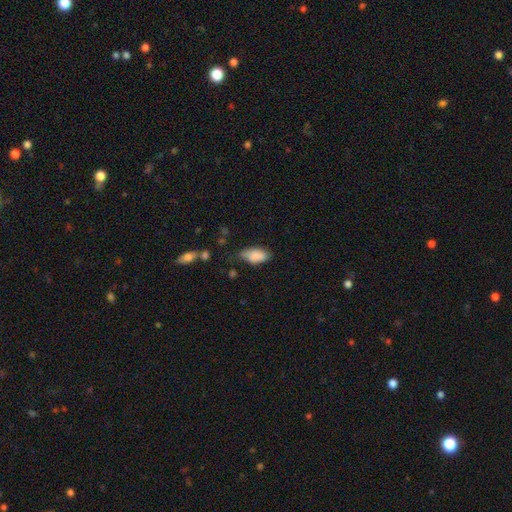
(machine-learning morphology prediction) Smooth or featured?
  - smooth: 86% *
  - star or artifact: 7%
  - featured or disk: 7%
How rounded?
  - in between: 91% *
  - cigar-shaped: 6%
  - round: 3%
Merging?
  - none: 59% *
  - minor disturbance: 31%
  - major disturbance: 7%
  - merger: 3%